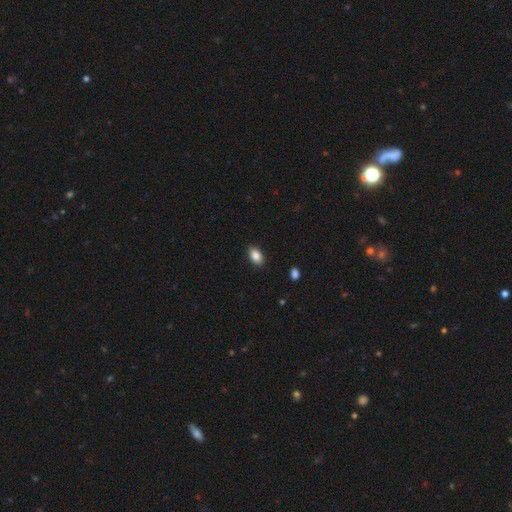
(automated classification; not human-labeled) Smooth or featured?
  - smooth: 87% *
  - star or artifact: 8%
  - featured or disk: 5%
How rounded?
  - in between: 89% *
  - round: 9%
  - cigar-shaped: 2%
Merging?
  - none: 88% *
  - minor disturbance: 9%
  - major disturbance: 2%
  - merger: 1%